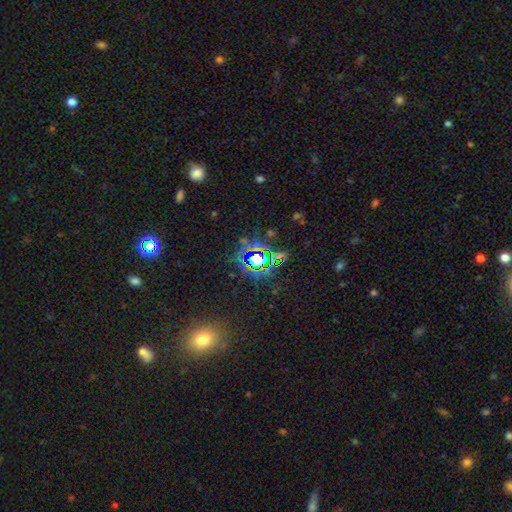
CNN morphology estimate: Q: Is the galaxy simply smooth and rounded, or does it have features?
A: star or artifact — 75%.